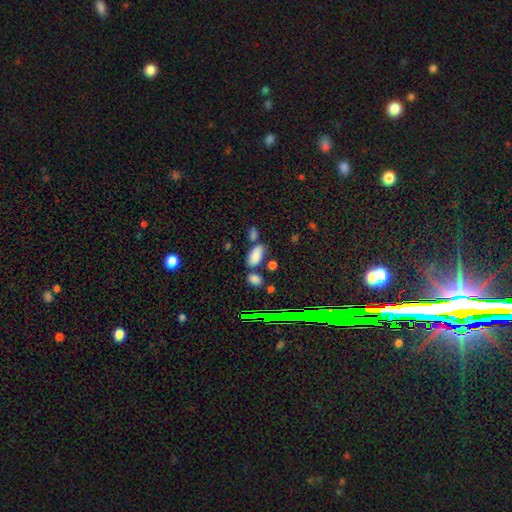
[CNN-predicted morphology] smooth_or_featured: smooth (p=0.80) [alt: star or artifact p=0.11]
how_rounded: in between (p=0.89) [alt: cigar-shaped p=0.07]
merging: none (p=0.54) [alt: merger p=0.21]